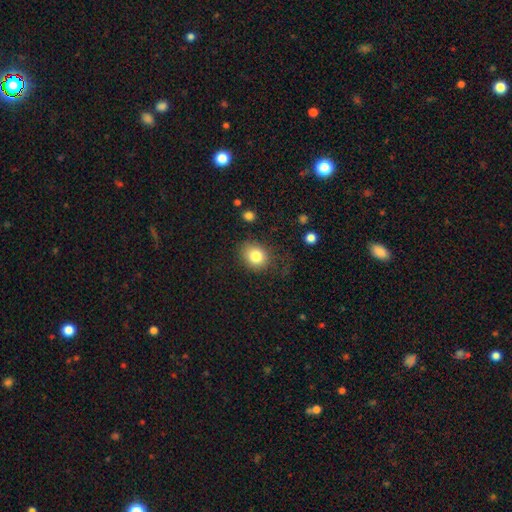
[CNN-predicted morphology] smooth_or_featured: smooth (p=0.80) [alt: star or artifact p=0.12]
how_rounded: round (p=0.64) [alt: in between p=0.35]
merging: none (p=0.79) [alt: minor disturbance p=0.16]